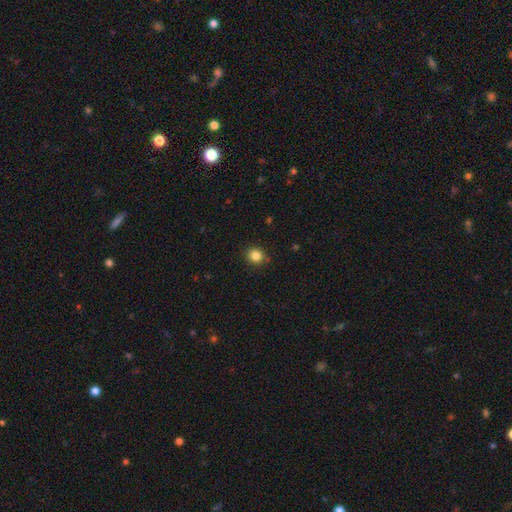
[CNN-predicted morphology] Smooth or featured? smooth (84%)
How rounded? round (82%)
Merging? none (86%)